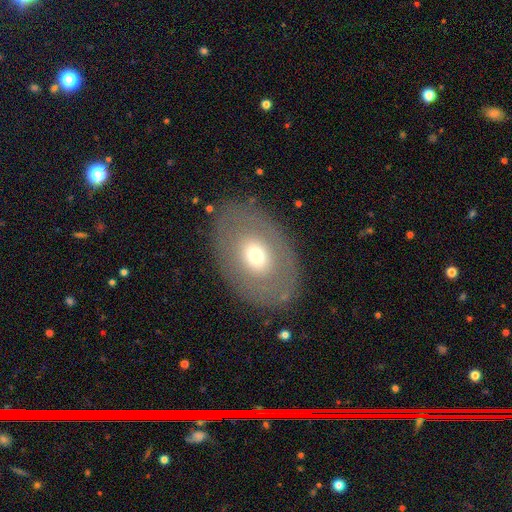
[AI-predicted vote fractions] A smooth galaxy with no disk features (49%).

Vote fractions:
- Smooth or featured? smooth: 49% / featured or disk: 43% / star or artifact: 8%
- Merging? none: 82% / minor disturbance: 11% / major disturbance: 6% / merger: 2%